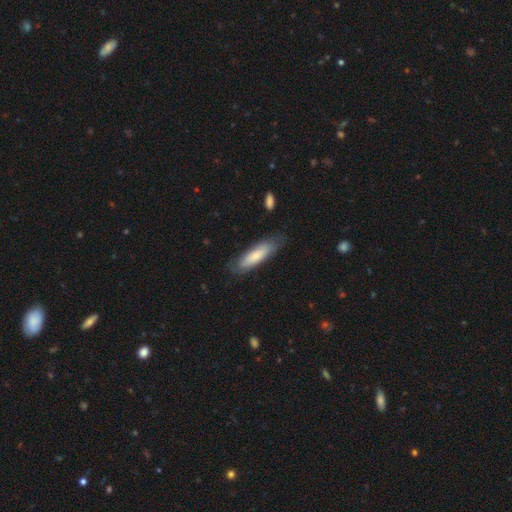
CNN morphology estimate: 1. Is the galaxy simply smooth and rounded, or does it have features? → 70% smooth, 25% featured or disk, 6% star or artifact.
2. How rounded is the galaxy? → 60% cigar-shaped, 39% in between, 1% round.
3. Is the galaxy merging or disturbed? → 74% none, 19% minor disturbance, 5% major disturbance, 2% merger.